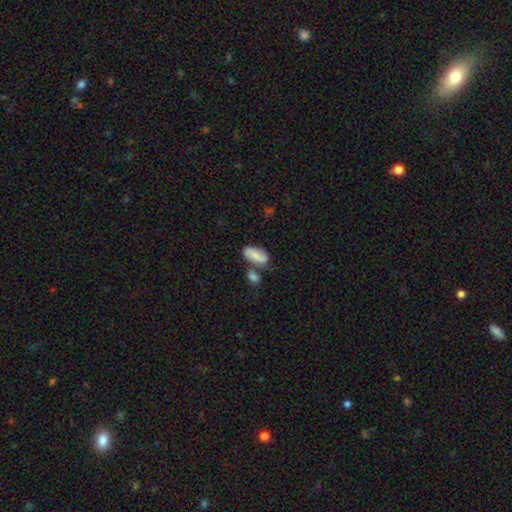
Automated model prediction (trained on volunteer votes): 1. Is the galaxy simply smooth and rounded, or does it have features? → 60% smooth, 32% featured or disk, 8% star or artifact.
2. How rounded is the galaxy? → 89% in between, 7% cigar-shaped, 5% round.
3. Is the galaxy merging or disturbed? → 48% none, 27% merger, 18% minor disturbance, 7% major disturbance.